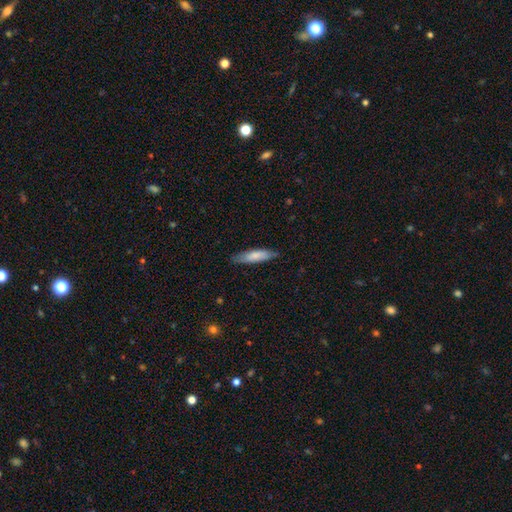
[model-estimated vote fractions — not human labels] The model was most divided on "how rounded": cigar-shaped: 66%, in between: 33%, round: 1%. More confident: merging — none (81%); smooth or featured — smooth (77%).